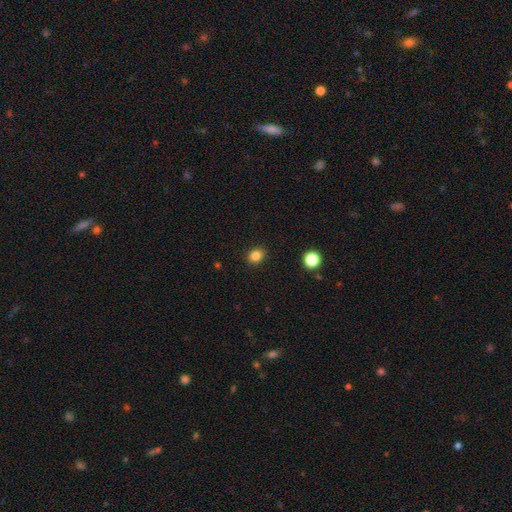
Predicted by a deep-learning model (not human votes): Smooth or featured? Predicted: smooth (p=0.84). How rounded? Predicted: round (p=0.58). Merging? Predicted: none (p=0.90).